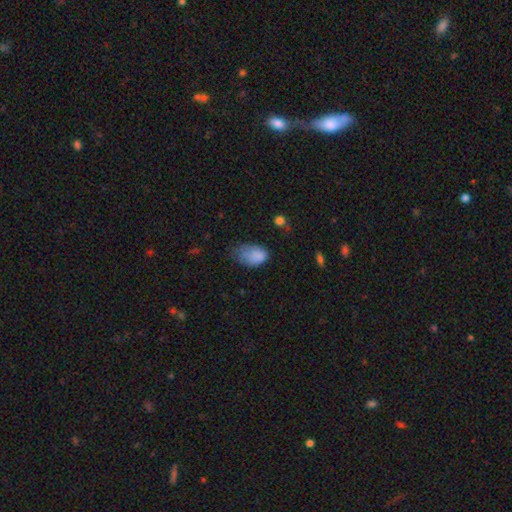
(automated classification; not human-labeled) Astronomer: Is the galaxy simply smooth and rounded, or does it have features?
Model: smooth — 80%.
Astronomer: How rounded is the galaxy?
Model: in between — 87%.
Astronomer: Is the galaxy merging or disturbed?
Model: minor disturbance — 41% (runner-up: none, 30%).